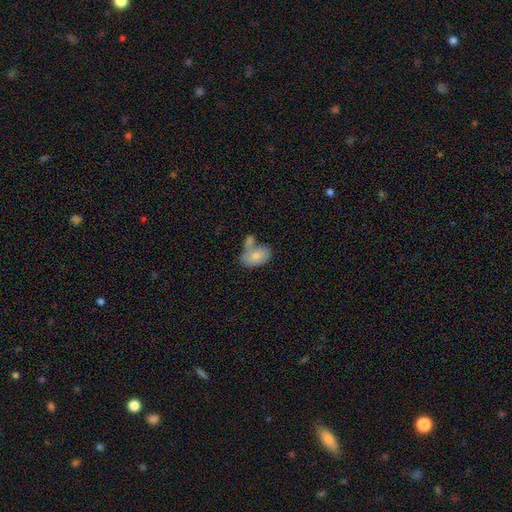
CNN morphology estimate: A smooth galaxy with no disk features (76%) that is in between round and cigar-shaped (87%). Merging: merger (40%).